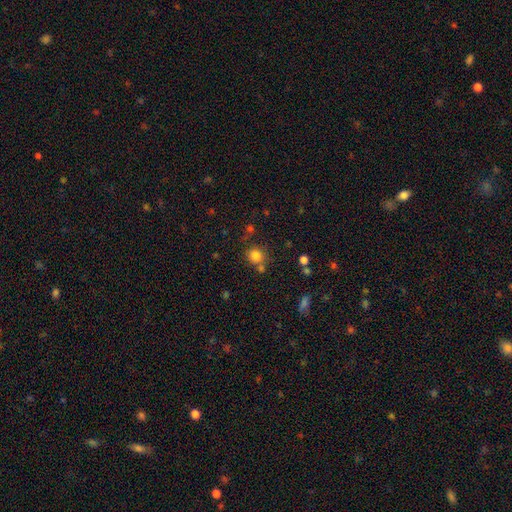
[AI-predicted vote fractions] Smooth or featured?
  - smooth: 81% *
  - star or artifact: 13%
  - featured or disk: 7%
How rounded?
  - round: 87% *
  - in between: 12%
  - cigar-shaped: 1%
Merging?
  - none: 69% *
  - merger: 15%
  - minor disturbance: 12%
  - major disturbance: 4%